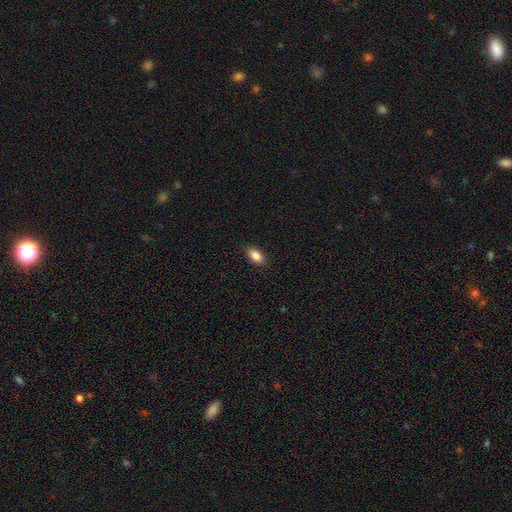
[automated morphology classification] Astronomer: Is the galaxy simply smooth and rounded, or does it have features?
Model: smooth — 87%.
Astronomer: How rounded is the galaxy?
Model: in between — 92%.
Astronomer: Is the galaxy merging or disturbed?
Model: none — 89%.